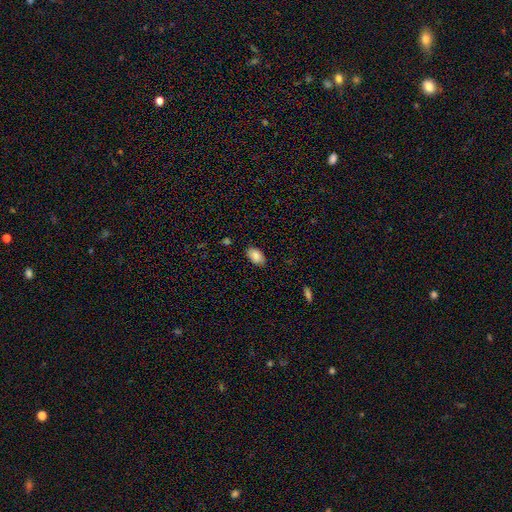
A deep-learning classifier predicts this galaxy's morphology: A smooth galaxy with no disk features (88%) that is in between round and cigar-shaped (93%).

Vote fractions:
- Smooth or featured? smooth: 88% / star or artifact: 7% / featured or disk: 5%
- How rounded? in between: 93% / round: 6% / cigar-shaped: 2%
- Merging? none: 83% / minor disturbance: 13% / major disturbance: 3% / merger: 1%